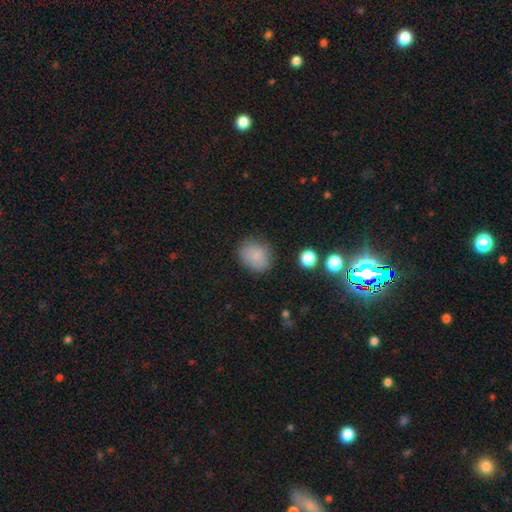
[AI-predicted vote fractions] A smooth galaxy with no disk features (83%) that is round (60%). Merging: none (77%).